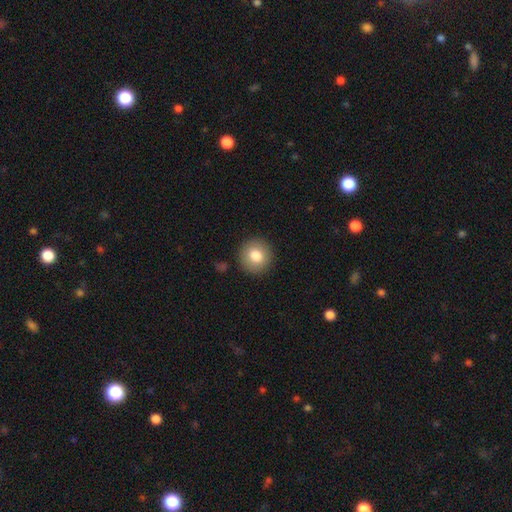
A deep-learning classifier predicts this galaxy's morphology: The model was most divided on "smooth or featured": smooth: 80%, featured or disk: 11%, star or artifact: 9%. More confident: how rounded — round (93%); merging — none (91%).